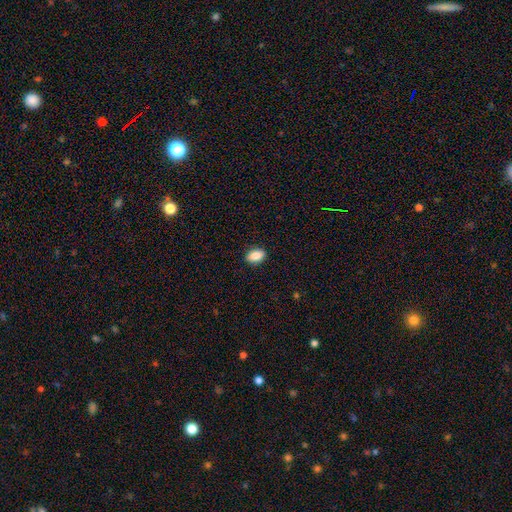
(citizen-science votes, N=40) A smooth galaxy with no disk features (92%) that is in between round and cigar-shaped (89%).

Vote fractions:
- Smooth or featured? smooth: 92% / featured or disk: 5% / star or artifact: 2%
- How rounded? in between: 89% / round: 8% / cigar-shaped: 3%
- Merging? none: 95% / minor disturbance: 5% / major disturbance: 0% / merger: 0%